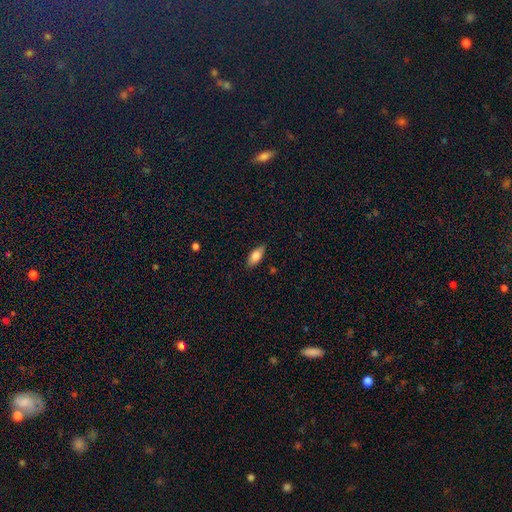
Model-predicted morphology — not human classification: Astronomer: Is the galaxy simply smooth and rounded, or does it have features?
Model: smooth — 81%.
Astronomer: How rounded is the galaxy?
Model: in between — 86%.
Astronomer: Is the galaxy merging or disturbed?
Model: none — 85%.